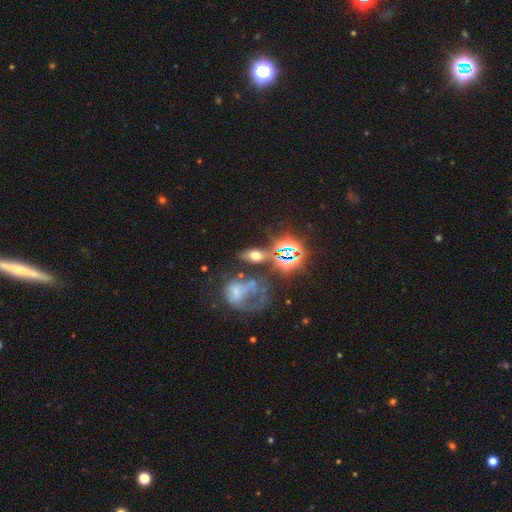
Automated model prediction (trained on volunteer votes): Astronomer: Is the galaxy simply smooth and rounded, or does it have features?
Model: smooth — 44% (runner-up: star or artifact, 30%).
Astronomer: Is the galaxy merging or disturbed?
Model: none — 43% (runner-up: merger, 22%).